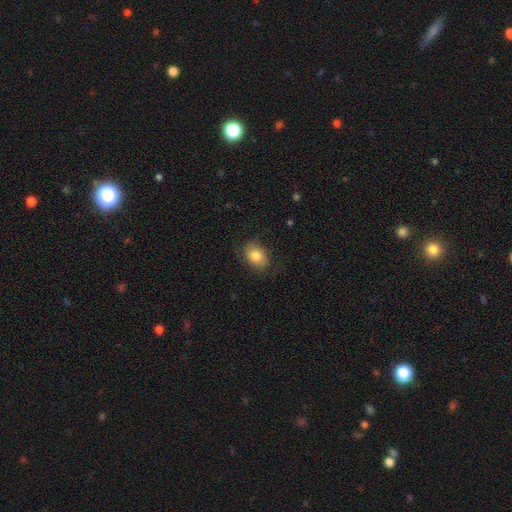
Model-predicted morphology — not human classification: A smooth galaxy with no disk features (82%) that is in between round and cigar-shaped (69%). Merging: none (79%).